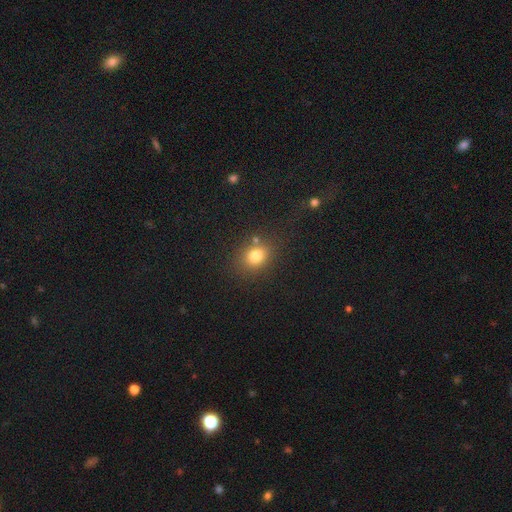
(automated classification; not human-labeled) Smooth or featured: smooth — 78% (star or artifact — 14%)
How rounded: round — 58% (in between — 41%)
Merging: none — 75% (minor disturbance — 13%)